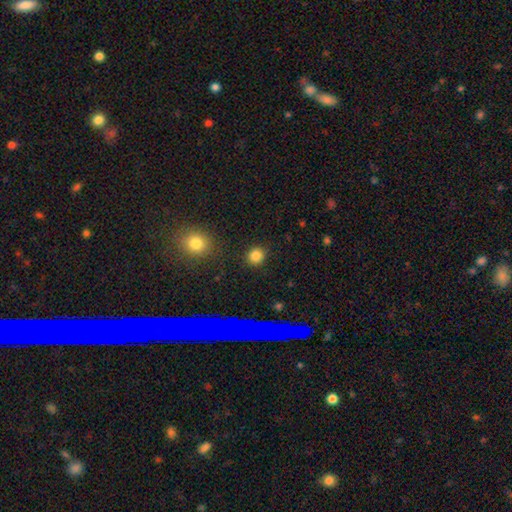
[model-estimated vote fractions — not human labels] A smooth galaxy with no disk features (81%) that is round (85%). Merging: none (90%).